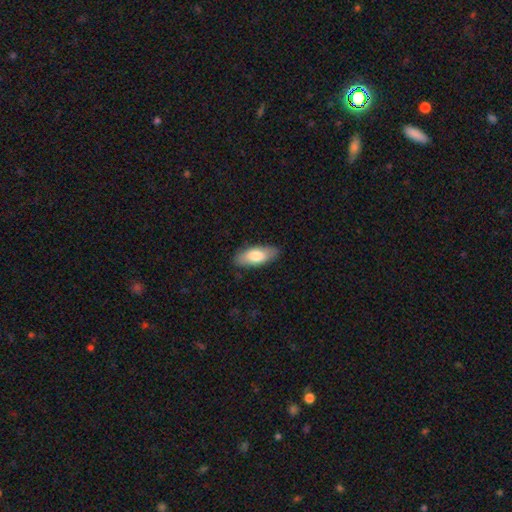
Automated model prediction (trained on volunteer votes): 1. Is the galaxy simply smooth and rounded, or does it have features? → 77% smooth, 17% featured or disk, 6% star or artifact.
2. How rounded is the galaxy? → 83% in between, 15% cigar-shaped, 2% round.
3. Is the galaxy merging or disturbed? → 84% none, 12% minor disturbance, 2% major disturbance, 1% merger.